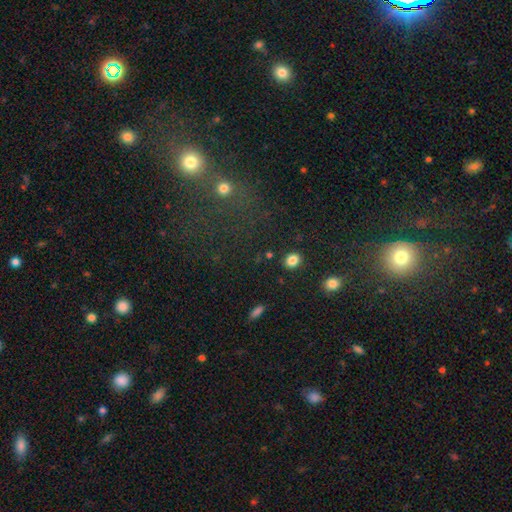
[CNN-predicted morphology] Smooth or featured: star or artifact — 51% (smooth — 39%)